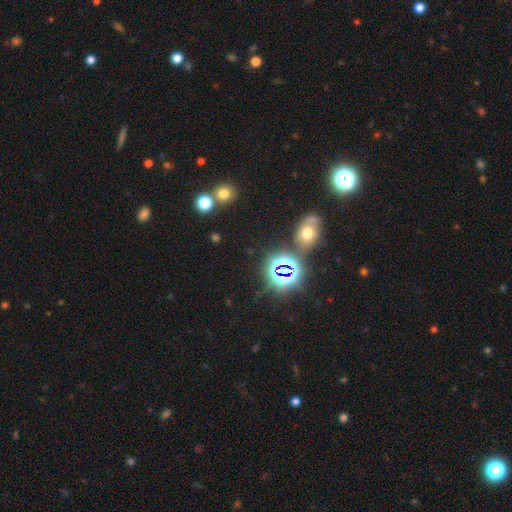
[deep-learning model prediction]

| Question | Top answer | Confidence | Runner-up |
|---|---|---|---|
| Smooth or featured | star or artifact | 75% | smooth (18%) |